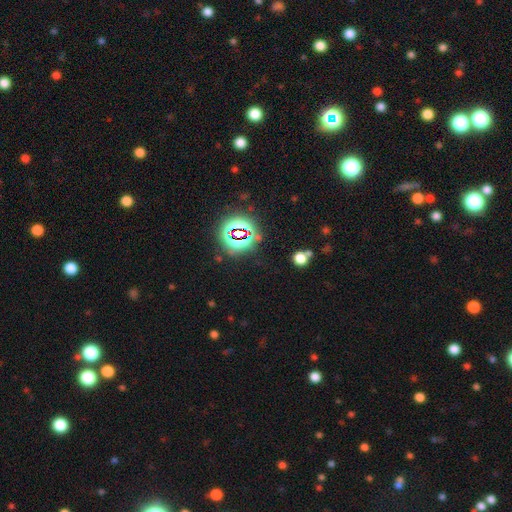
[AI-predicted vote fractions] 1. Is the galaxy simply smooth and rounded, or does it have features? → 79% star or artifact, 13% smooth, 7% featured or disk.